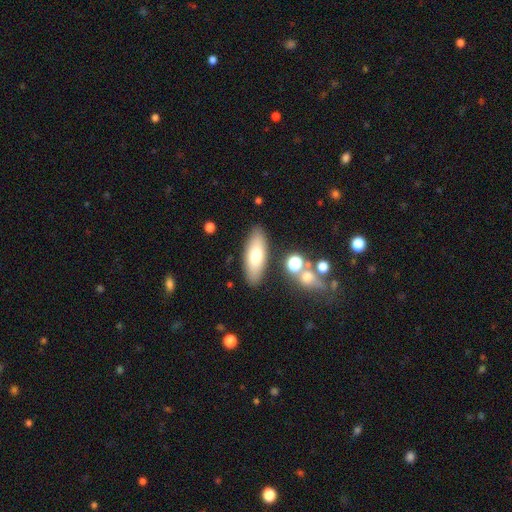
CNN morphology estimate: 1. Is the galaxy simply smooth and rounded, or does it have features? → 69% smooth, 24% featured or disk, 7% star or artifact.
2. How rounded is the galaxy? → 66% in between, 32% cigar-shaped, 2% round.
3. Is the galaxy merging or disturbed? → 84% none, 9% minor disturbance, 4% merger, 3% major disturbance.